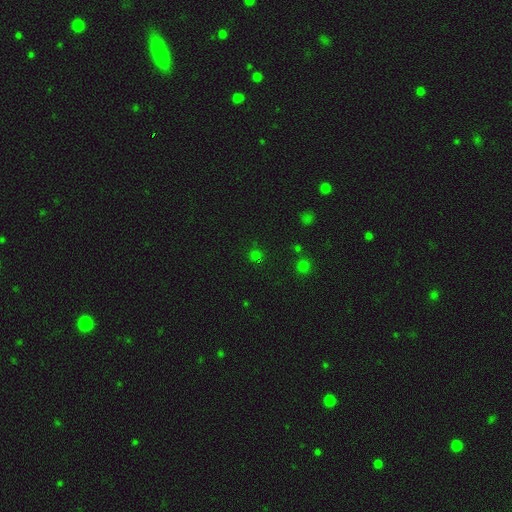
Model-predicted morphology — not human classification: The model was most divided on "smooth or featured": smooth: 53%, star or artifact: 41%, featured or disk: 6%. More confident: how rounded — round (90%); merging — none (81%).